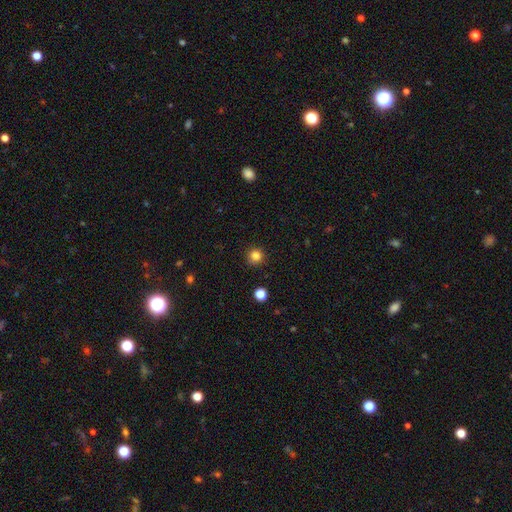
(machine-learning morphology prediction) Smooth or featured? Predicted: smooth (p=0.82). How rounded? Predicted: round (p=0.94). Merging? Predicted: none (p=0.90).